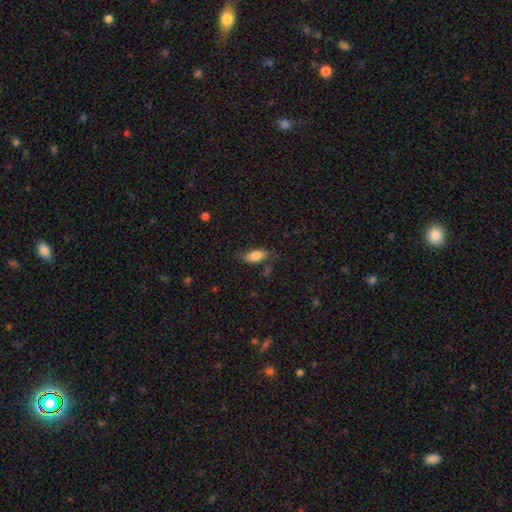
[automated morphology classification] A smooth galaxy with no disk features (80%) that is in between round and cigar-shaped (84%). Merging: none (63%).